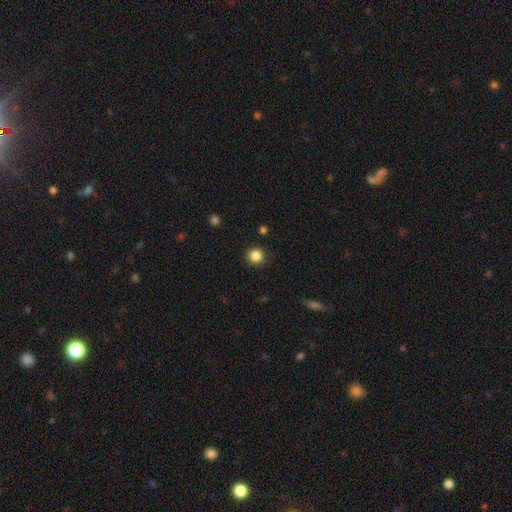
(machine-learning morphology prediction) smooth-or-featured: smooth: 85% | star or artifact: 11% | featured or disk: 4%
  how-rounded: round: 93% | in between: 6% | cigar-shaped: 1%
  merging: none: 90% | minor disturbance: 6% | major disturbance: 2% | merger: 1%